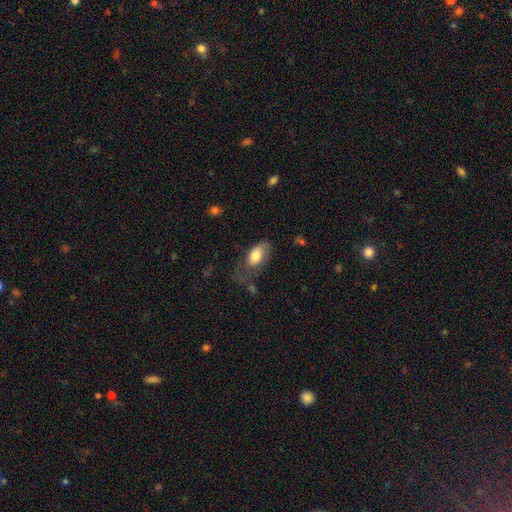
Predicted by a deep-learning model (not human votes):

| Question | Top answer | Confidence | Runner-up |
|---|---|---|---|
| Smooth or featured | smooth | 76% | featured or disk (17%) |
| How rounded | in between | 92% | round (5%) |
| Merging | none | 40% | minor disturbance (30%) |